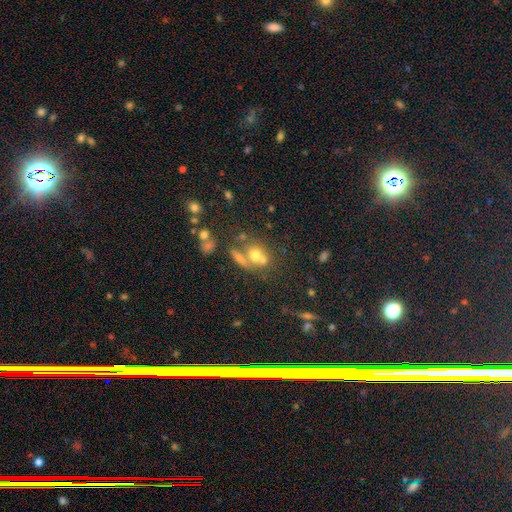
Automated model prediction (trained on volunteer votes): The model was most divided on "merging": merger: 41%, none: 40%, minor disturbance: 11%, major disturbance: 8%. More confident: how rounded — round (62%); smooth or featured — smooth (58%).